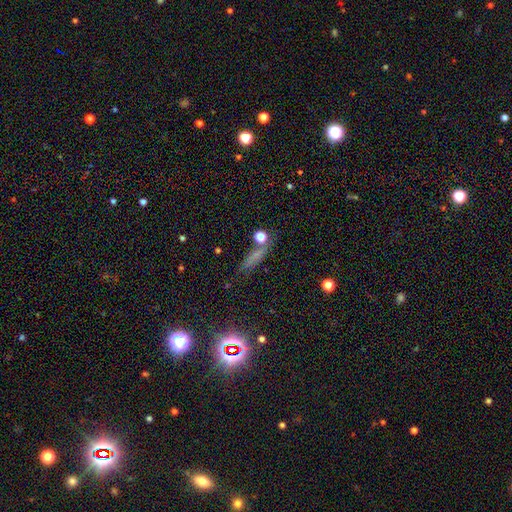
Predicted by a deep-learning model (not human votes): smooth-or-featured: smooth: 56% | star or artifact: 26% | featured or disk: 18%
  how-rounded: cigar-shaped: 68% | in between: 23% | round: 9%
  merging: none: 71% | minor disturbance: 15% | merger: 8% | major disturbance: 6%